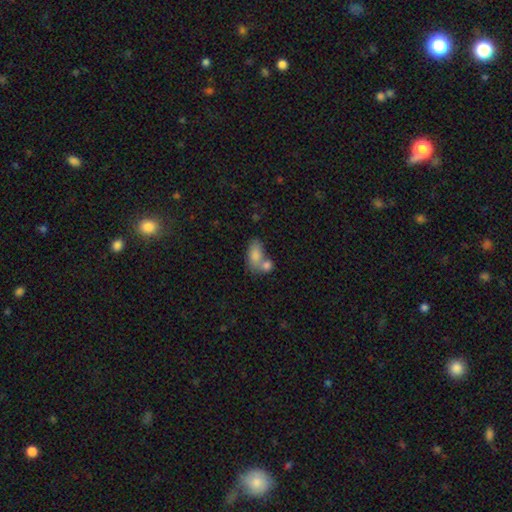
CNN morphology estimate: smooth 82%, featured or disk 11%, star or artifact 7%. Down the decision tree: how rounded — in between (90%); merging — merger (50%).